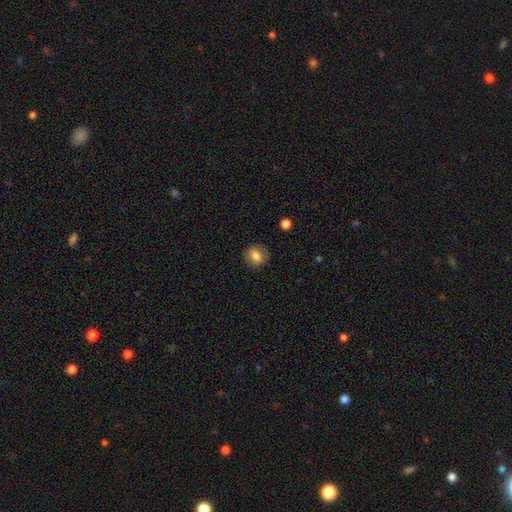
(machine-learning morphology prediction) smooth 79%, featured or disk 12%, star or artifact 9%. Down the decision tree: how rounded — round (72%); merging — none (85%).